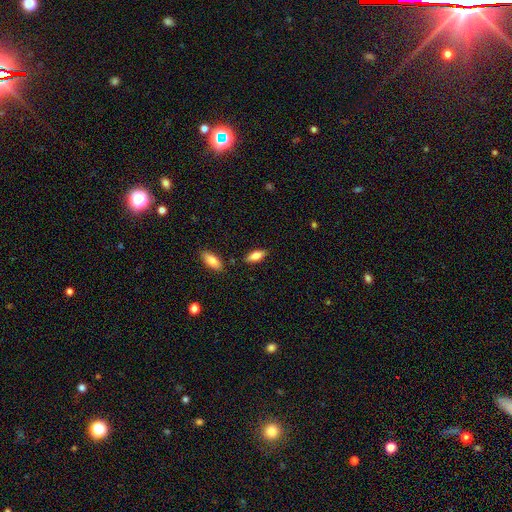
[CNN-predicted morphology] type=smooth (78%); roundness=in between (75%); merging=none (82%).